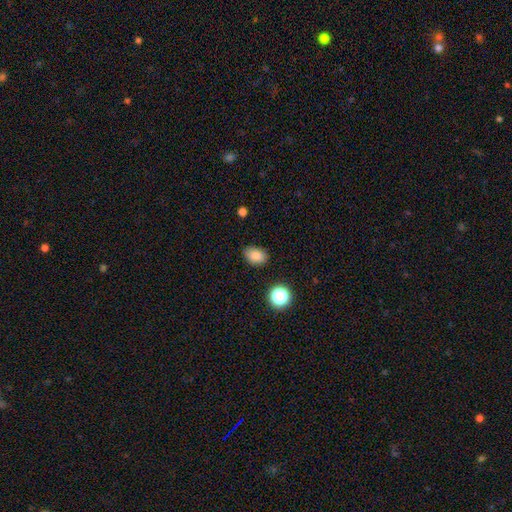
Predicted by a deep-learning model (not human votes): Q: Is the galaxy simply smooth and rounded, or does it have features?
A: smooth — 84%.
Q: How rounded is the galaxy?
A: in between — 77%.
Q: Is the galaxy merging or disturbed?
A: none — 82%.